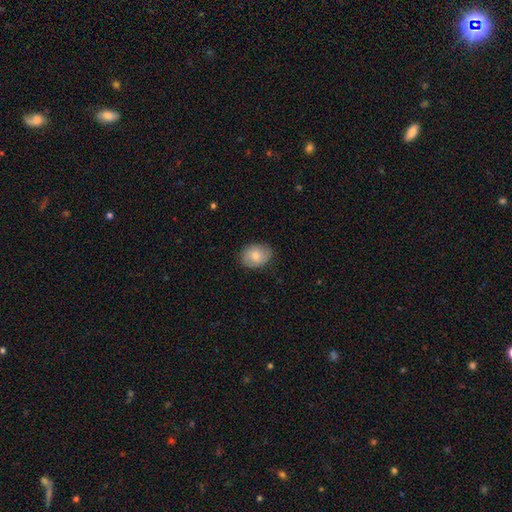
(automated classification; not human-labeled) smooth_or_featured: smooth (p=0.71) [alt: featured or disk p=0.22]
how_rounded: in between (p=0.60) [alt: round p=0.39]
merging: none (p=0.82) [alt: minor disturbance p=0.14]